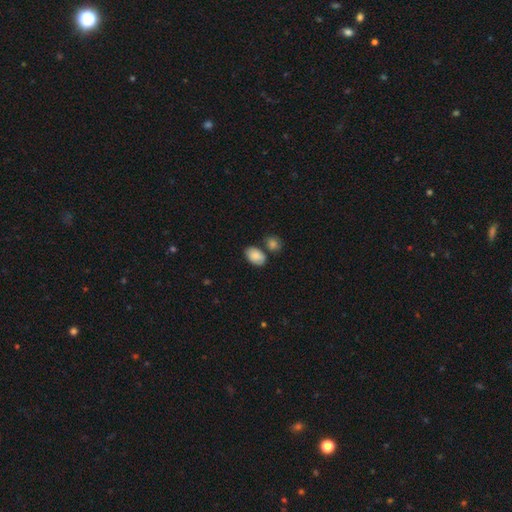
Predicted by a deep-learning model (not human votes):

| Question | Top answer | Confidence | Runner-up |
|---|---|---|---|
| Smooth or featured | smooth | 85% | featured or disk (8%) |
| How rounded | in between | 90% | round (9%) |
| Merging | none | 63% | merger (17%) |